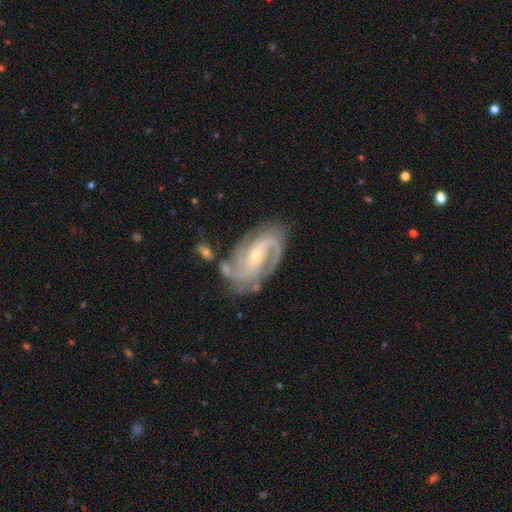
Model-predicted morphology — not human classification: type=featured or disk (91%); edge-on=no (97%); bar=no (46%); spiral arms=yes (98%); winding=medium (46%); arm count=2 (43%); bulge=small (71%); merging=none (62%).